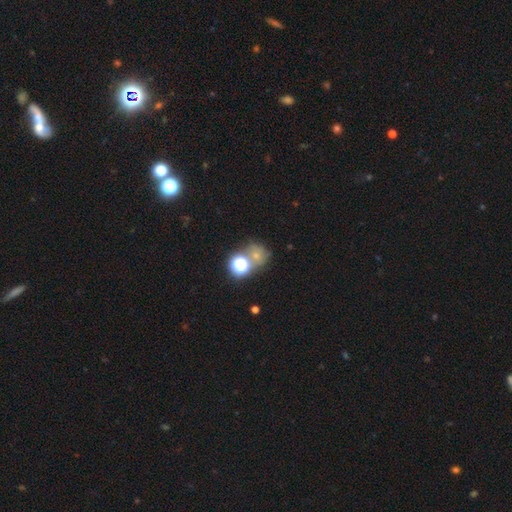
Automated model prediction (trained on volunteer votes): smooth_or_featured: smooth (p=0.56) [alt: star or artifact p=0.31]
how_rounded: round (p=0.78) [alt: in between p=0.21]
merging: none (p=0.51) [alt: merger p=0.28]